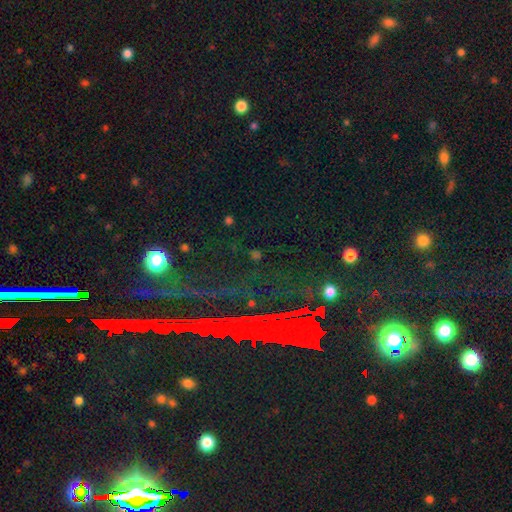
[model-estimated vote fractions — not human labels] Morphology: type=star or artifact (70%).